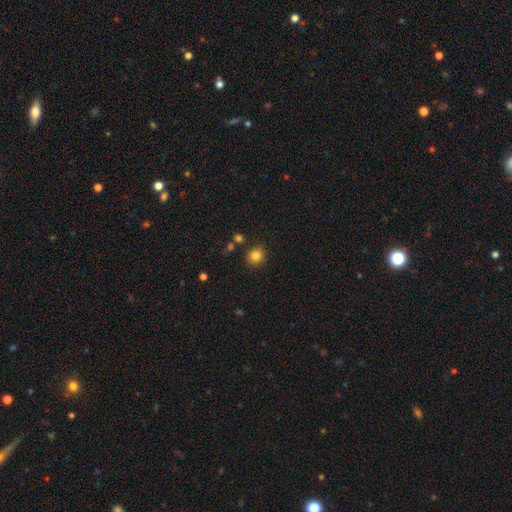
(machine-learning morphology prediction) smooth 83%, star or artifact 12%, featured or disk 5%. Down the decision tree: how rounded — round (87%); merging — none (85%).